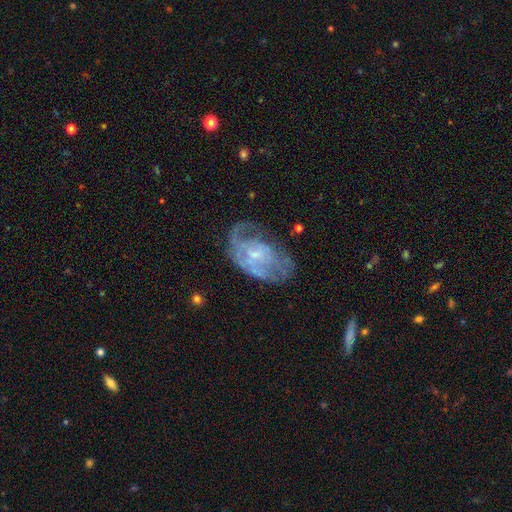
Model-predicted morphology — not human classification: The model was most divided on "merging": none: 42%, major disturbance: 29%, minor disturbance: 26%, merger: 3%. More confident: edge-on disk — no (96%); smooth or featured — featured or disk (72%); spiral arms — yes (67%); bulge size — small (65%); bar — no (65%).